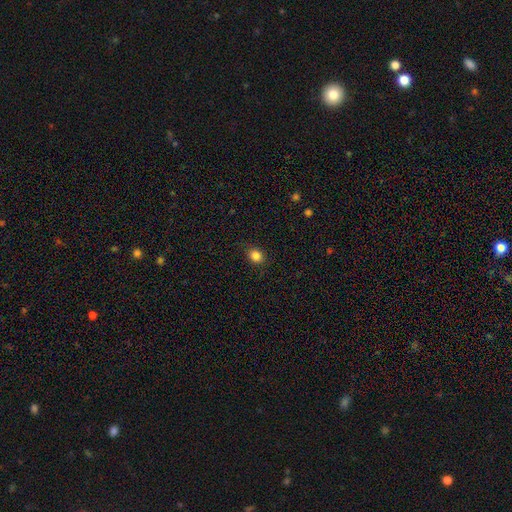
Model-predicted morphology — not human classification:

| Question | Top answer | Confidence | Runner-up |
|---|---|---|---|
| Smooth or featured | smooth | 84% | star or artifact (11%) |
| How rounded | round | 65% | in between (34%) |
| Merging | none | 87% | minor disturbance (9%) |